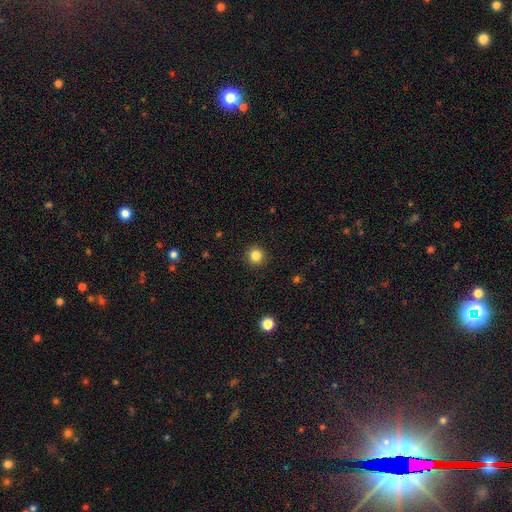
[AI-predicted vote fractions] smooth_or_featured: smooth (p=0.84) [alt: star or artifact p=0.12]
how_rounded: round (p=0.93) [alt: in between p=0.06]
merging: none (p=0.92) [alt: minor disturbance p=0.05]